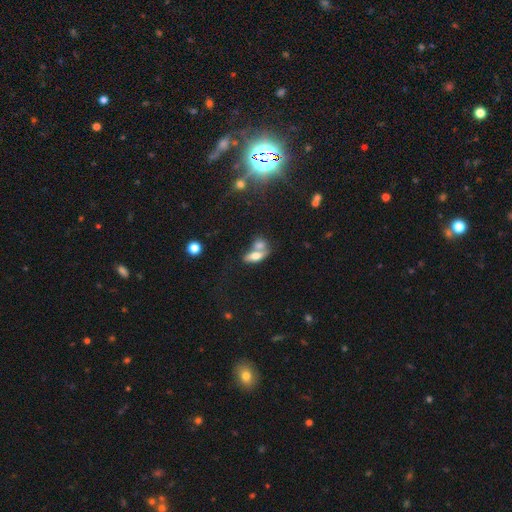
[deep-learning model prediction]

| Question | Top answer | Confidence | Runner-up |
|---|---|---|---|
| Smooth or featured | smooth | 66% | featured or disk (25%) |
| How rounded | in between | 79% | cigar-shaped (14%) |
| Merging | merger | 58% | none (28%) |